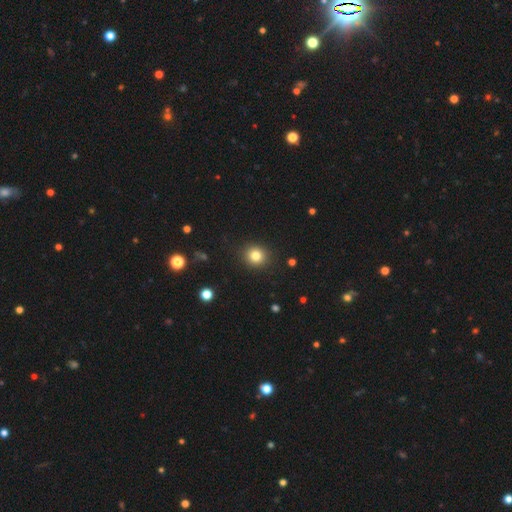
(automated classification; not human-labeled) A smooth galaxy with no disk features (81%) that is round (89%).

Vote fractions:
- Smooth or featured? smooth: 81% / star or artifact: 12% / featured or disk: 7%
- How rounded? round: 89% / in between: 10% / cigar-shaped: 1%
- Merging? none: 91% / minor disturbance: 6% / major disturbance: 2% / merger: 1%